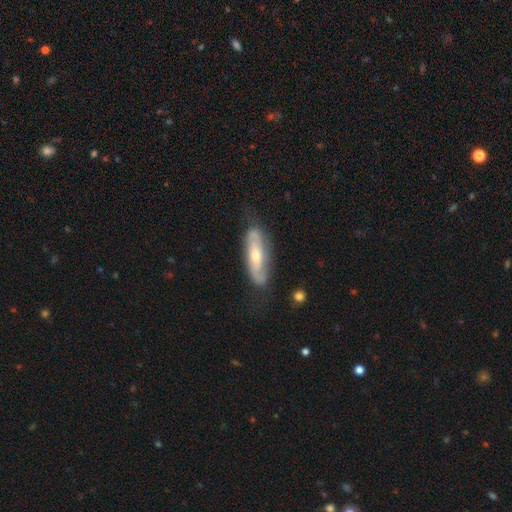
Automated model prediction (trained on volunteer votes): Smooth or featured? featured or disk (55%)
Edge-on disk? no (57%)
Merging? none (77%)